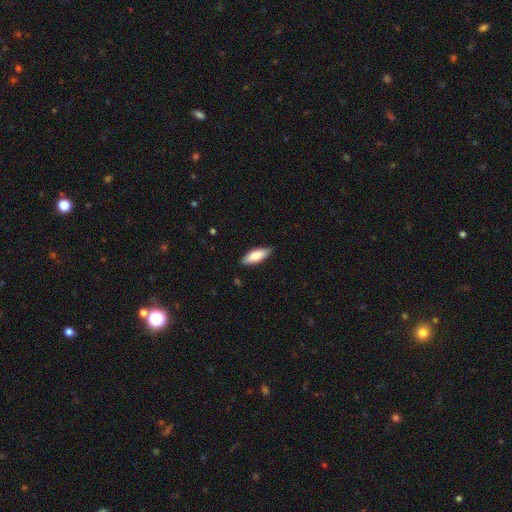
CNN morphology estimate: Smooth or featured? Predicted: smooth (p=0.79). How rounded? Predicted: in between (p=0.71). Merging? Predicted: none (p=0.85).